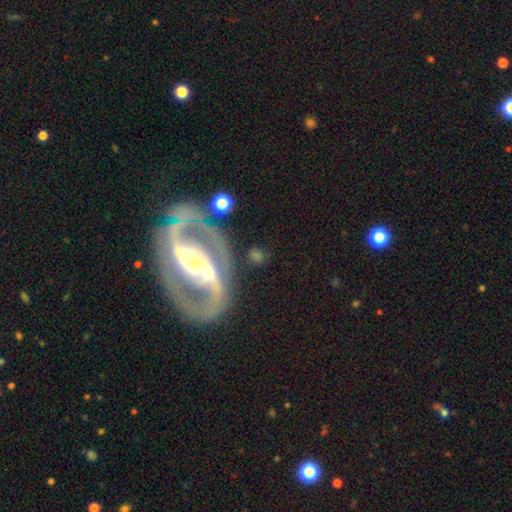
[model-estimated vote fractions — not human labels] Overall: featured or disk (86%). Edge-on disk: no (95%). Bar: strong (62%; weak 23%). Spiral arms: yes (92%). Spiral arm count: 2 (93%). Spiral winding: medium (54%; tight 26%). Bulge size: moderate (47%; small 27%). Merging: none (74%).